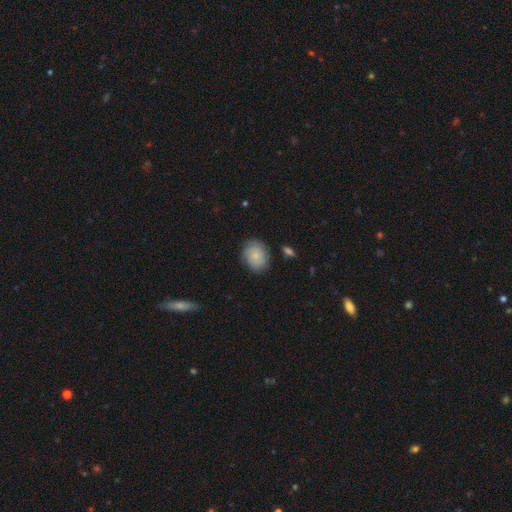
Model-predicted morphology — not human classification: A smooth galaxy with no disk features (76%) that is round (52%). Merging: none (76%).